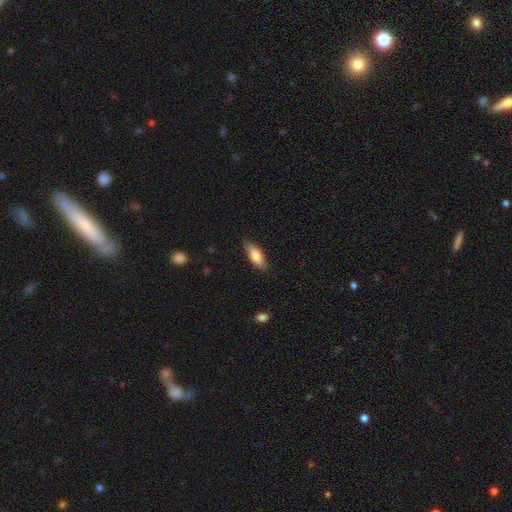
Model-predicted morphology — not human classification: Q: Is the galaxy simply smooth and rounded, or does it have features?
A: smooth — 72%.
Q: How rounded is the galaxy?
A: in between — 62%.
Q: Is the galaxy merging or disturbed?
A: none — 84%.